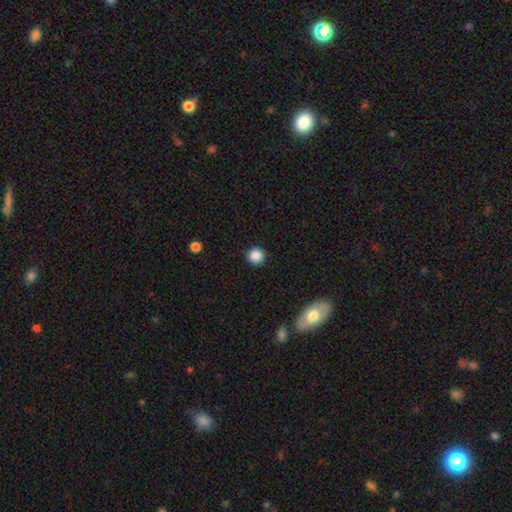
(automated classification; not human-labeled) smooth 87%, star or artifact 10%, featured or disk 4%. Down the decision tree: how rounded — round (93%); merging — none (92%).